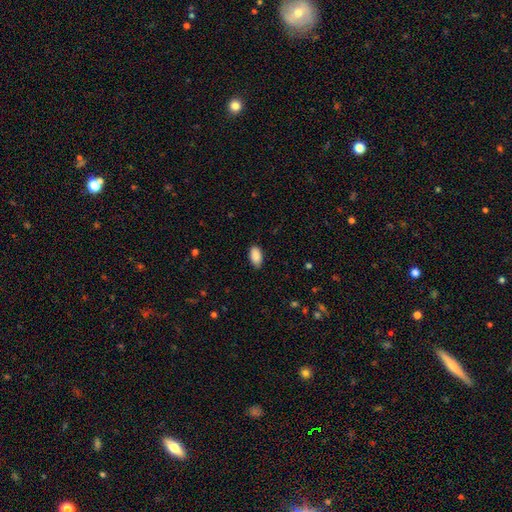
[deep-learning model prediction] A smooth galaxy with no disk features (90%) that is in between round and cigar-shaped (94%).

Vote fractions:
- Smooth or featured? smooth: 90% / star or artifact: 7% / featured or disk: 3%
- How rounded? in between: 94% / round: 3% / cigar-shaped: 3%
- Merging? none: 85% / minor disturbance: 12% / major disturbance: 2% / merger: 1%